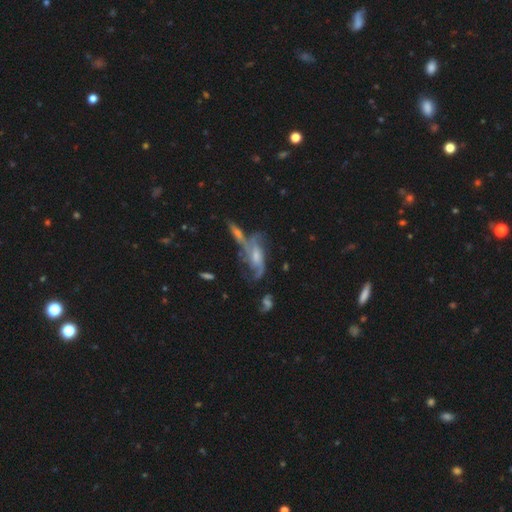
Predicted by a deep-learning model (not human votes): The model was most divided on "bulge size": small: 42%, moderate: 38%, none: 12%, large: 6%, dominant: 2%. Remaining: edge-on disk — no (83%); spiral arms — yes (83%); smooth or featured — featured or disk (71%); bar — no (56%); merging — none (36%).